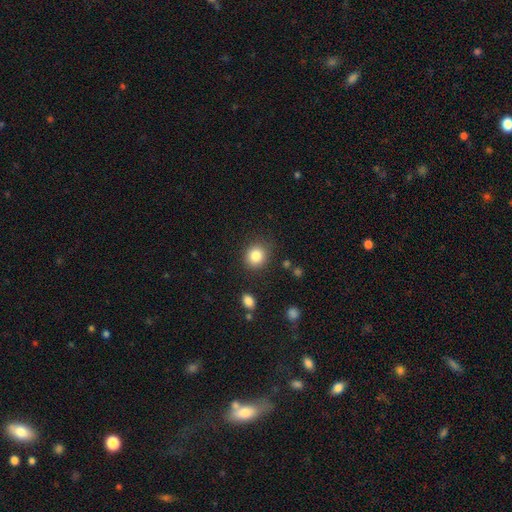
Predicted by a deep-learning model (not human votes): This appears to be a smooth galaxy with no disk features (85%) that is round (82%). Merging: none (85%).